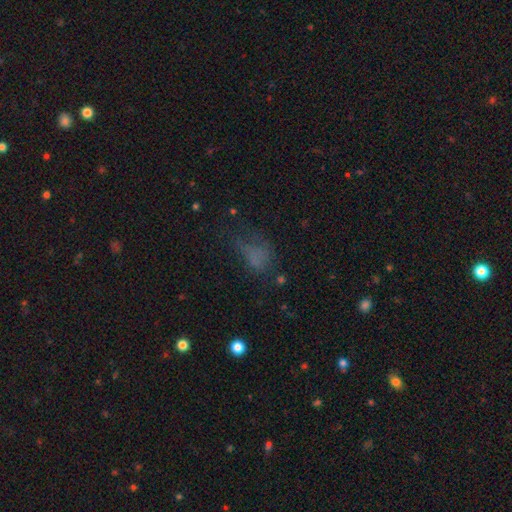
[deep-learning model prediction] A smooth galaxy with no disk features (54%) that is in between round and cigar-shaped (73%).

Vote fractions:
- Smooth or featured? smooth: 54% / star or artifact: 25% / featured or disk: 21%
- How rounded? in between: 73% / round: 22% / cigar-shaped: 5%
- Merging? major disturbance: 39% / none: 35% / minor disturbance: 22% / merger: 4%